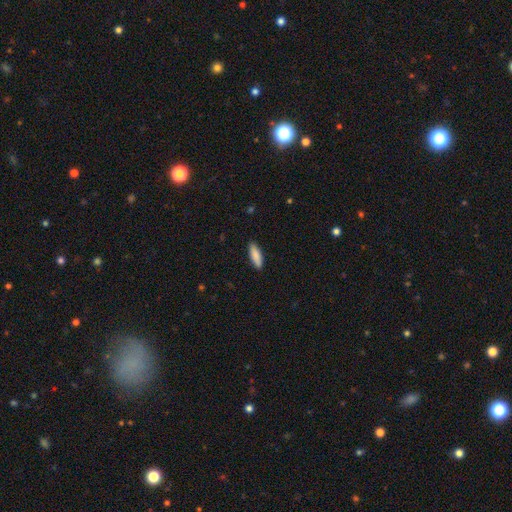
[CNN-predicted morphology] The model was most divided on "how rounded": in between: 52%, cigar-shaped: 46%, round: 2%. More confident: merging — none (88%); smooth or featured — smooth (87%).